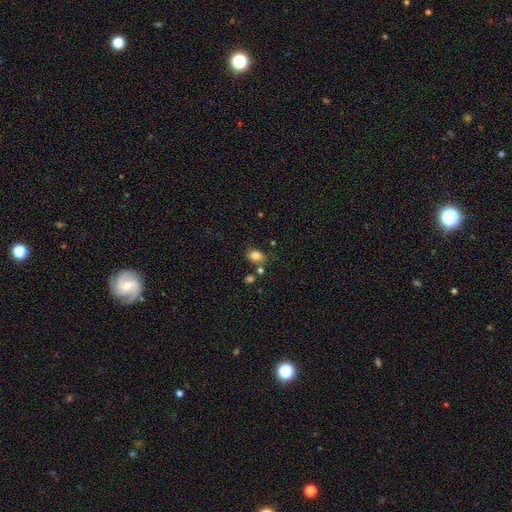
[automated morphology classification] A smooth galaxy with no disk features (82%) that is in between round and cigar-shaped (77%). Merging: none (69%).